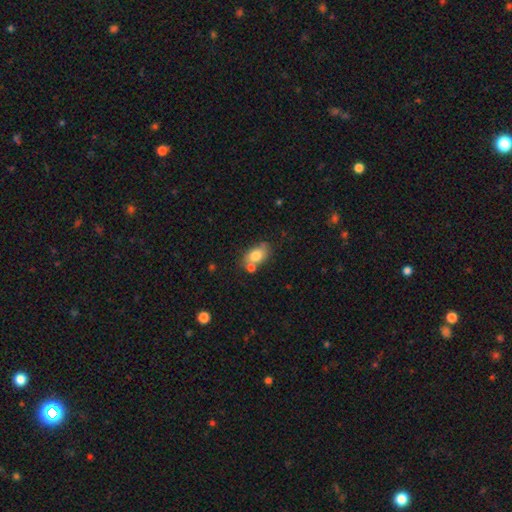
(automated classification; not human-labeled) Smooth or featured?
  - smooth: 77% *
  - featured or disk: 14%
  - star or artifact: 9%
How rounded?
  - in between: 82% *
  - round: 15%
  - cigar-shaped: 2%
Merging?
  - none: 57% *
  - merger: 23%
  - minor disturbance: 15%
  - major disturbance: 4%